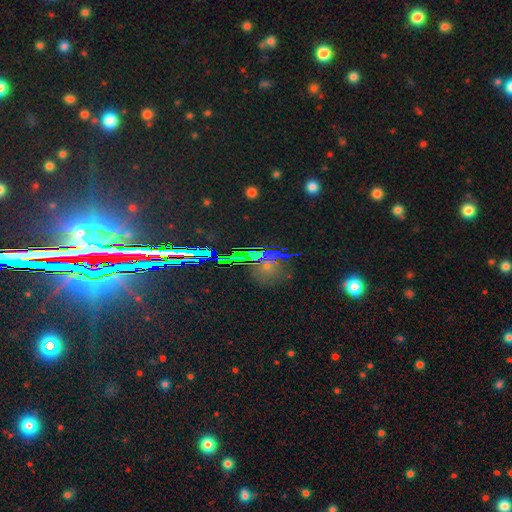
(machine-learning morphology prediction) Smooth or featured? Predicted: star or artifact (p=0.59).